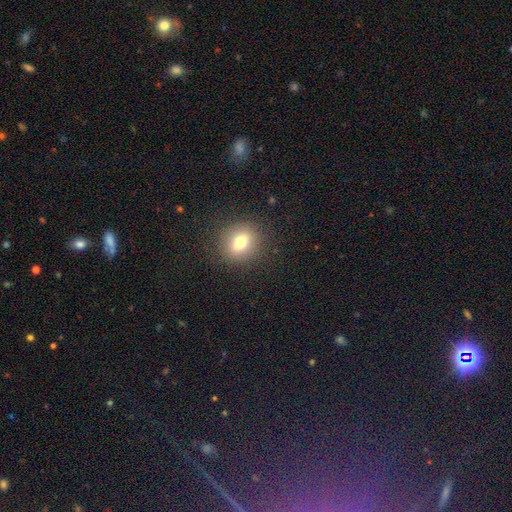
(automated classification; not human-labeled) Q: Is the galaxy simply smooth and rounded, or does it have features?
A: smooth — 67%.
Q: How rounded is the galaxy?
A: round — 78%.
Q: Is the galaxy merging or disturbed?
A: none — 91%.